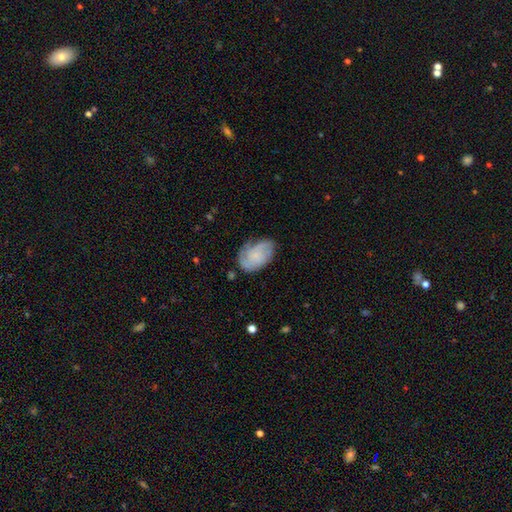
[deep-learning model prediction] A featured or disk galaxy (56%) with no bar (77%), spiral arms (87%) and a small central bulge (56%).

Vote fractions:
- Smooth or featured? featured or disk: 56% / smooth: 37% / star or artifact: 7%
- Edge-on disk? no: 97% / yes: 3%
- Bar? no: 77% / weak: 20% / strong: 3%
- Spiral arms? yes: 87% / no: 13%
- Bulge size? small: 56% / none: 27% / moderate: 14% / large: 2% / dominant: 1%
- Merging? none: 62% / minor disturbance: 26% / major disturbance: 10% / merger: 2%